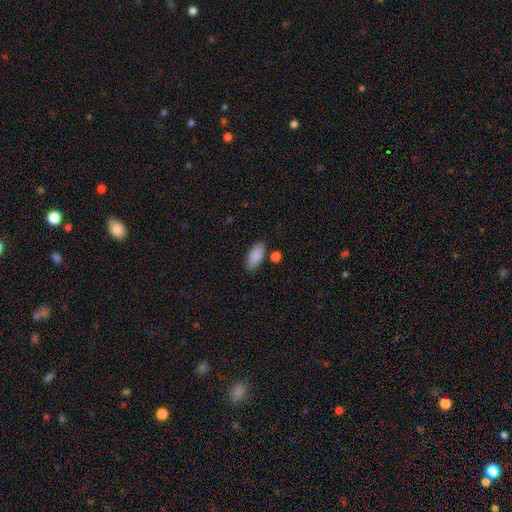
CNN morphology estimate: Smooth or featured?
  - smooth: 88% *
  - star or artifact: 7%
  - featured or disk: 6%
How rounded?
  - in between: 90% *
  - cigar-shaped: 7%
  - round: 3%
Merging?
  - none: 79% *
  - minor disturbance: 12%
  - merger: 6%
  - major disturbance: 3%